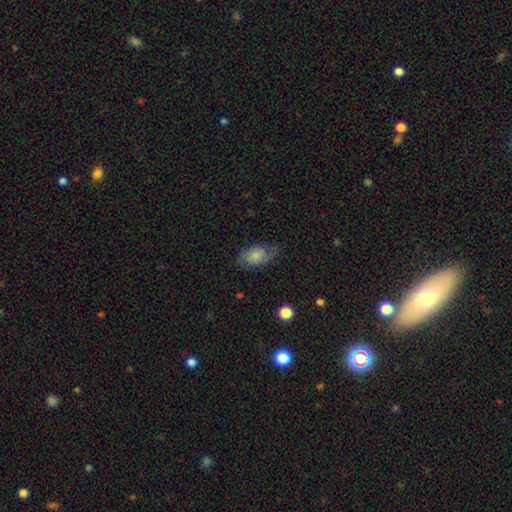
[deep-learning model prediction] This appears to be a smooth galaxy with no disk features (60%) that is in between round and cigar-shaped (88%). Merging: none (62%).